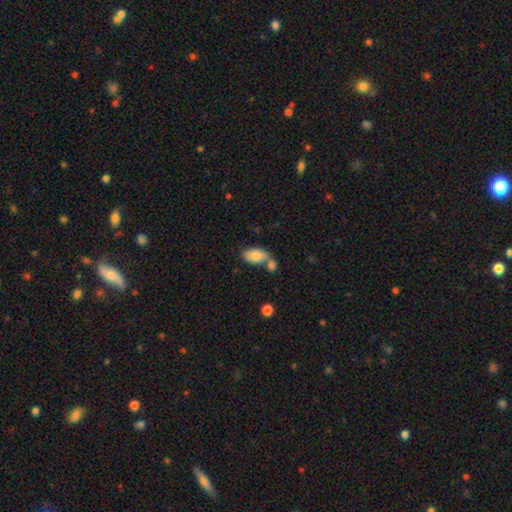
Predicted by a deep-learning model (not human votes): smooth_or_featured: smooth (p=0.83) [alt: featured or disk p=0.10]
how_rounded: in between (p=0.94) [alt: round p=0.04]
merging: none (p=0.43) [alt: merger p=0.39]